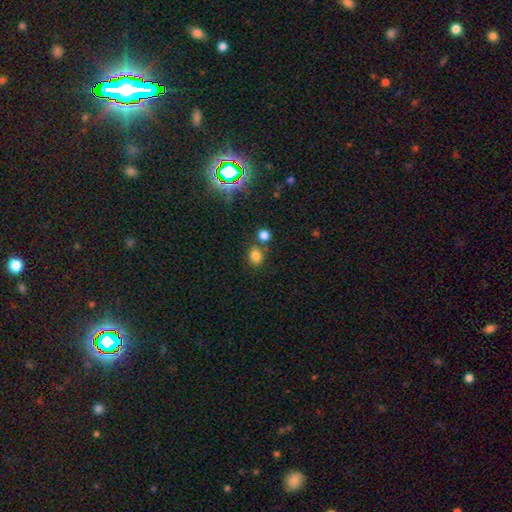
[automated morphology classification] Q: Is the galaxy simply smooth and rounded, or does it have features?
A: smooth — 80%.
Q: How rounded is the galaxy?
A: round — 54%.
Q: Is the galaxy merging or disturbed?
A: none — 68%.